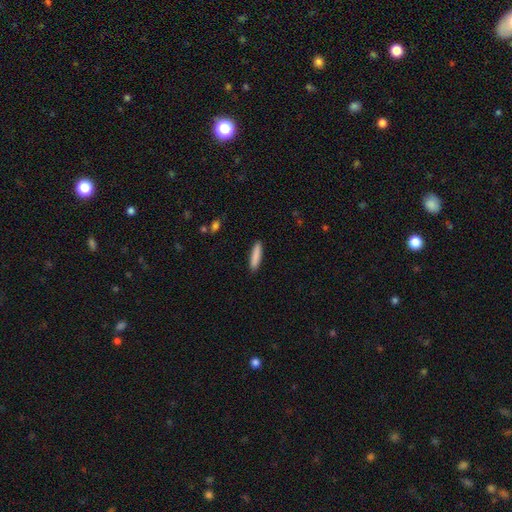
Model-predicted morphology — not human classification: Overall: smooth (87%). How rounded: cigar-shaped (84%). Merging: none (90%).